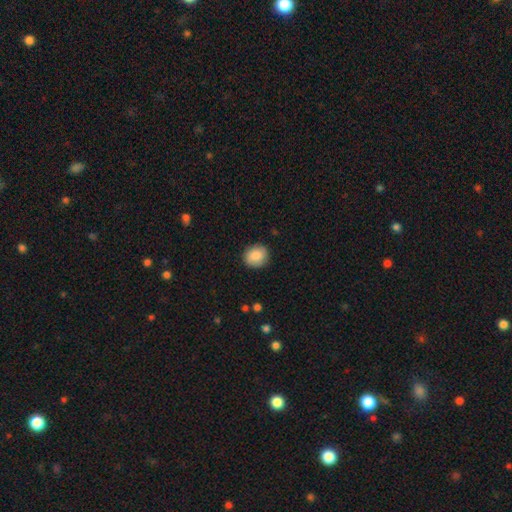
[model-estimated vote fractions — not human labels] smooth-or-featured: smooth: 87% | star or artifact: 7% | featured or disk: 6%
  how-rounded: round: 80% | in between: 19% | cigar-shaped: 1%
  merging: none: 89% | minor disturbance: 8% | major disturbance: 2% | merger: 1%